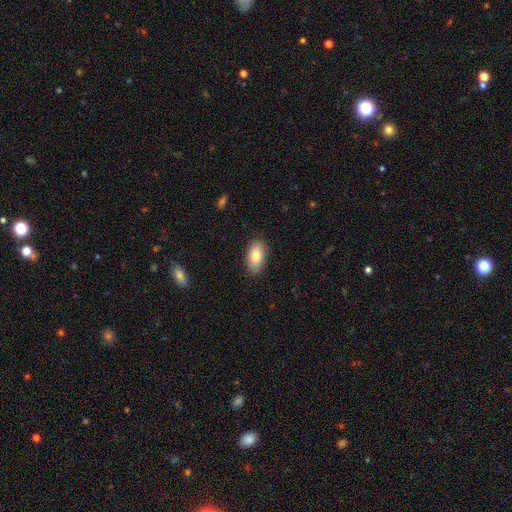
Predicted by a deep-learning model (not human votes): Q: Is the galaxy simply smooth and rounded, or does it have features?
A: smooth — 81%.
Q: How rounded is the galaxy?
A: in between — 93%.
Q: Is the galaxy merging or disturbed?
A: none — 87%.